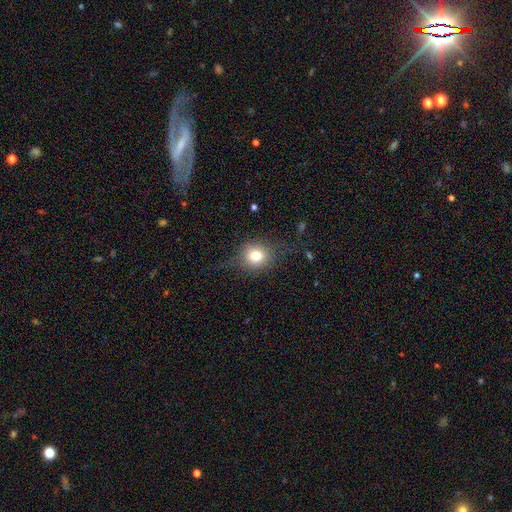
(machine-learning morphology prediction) Smooth or featured? smooth (70%)
How rounded? round (75%)
Merging? none (71%)